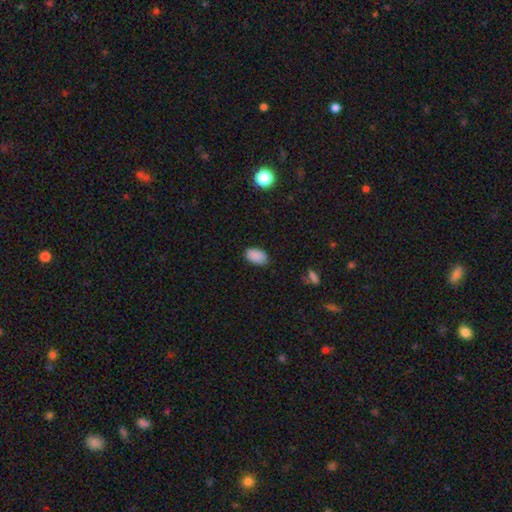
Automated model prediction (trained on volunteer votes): A smooth galaxy with no disk features (88%) that is in between round and cigar-shaped (92%). Merging: none (83%).